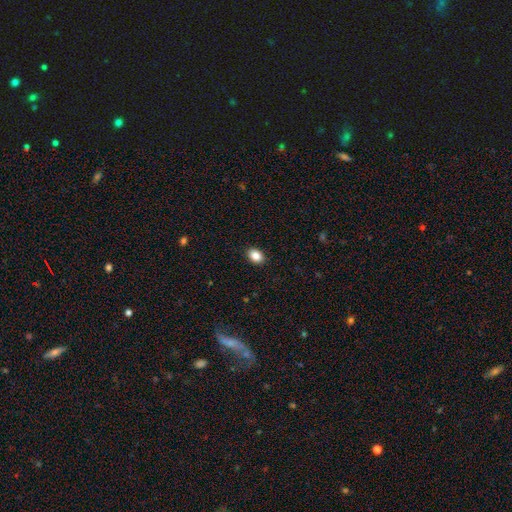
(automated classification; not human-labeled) The model was most divided on "how rounded": in between: 74%, round: 25%, cigar-shaped: 1%. More confident: merging — none (90%); smooth or featured — smooth (86%).